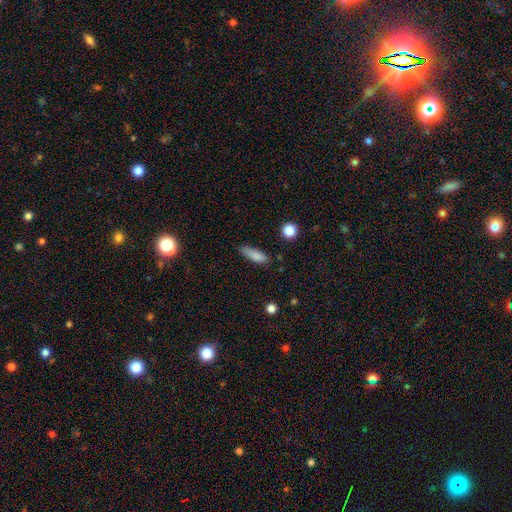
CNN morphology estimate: This appears to be a smooth galaxy with no disk features (82%) that is in between round and cigar-shaped (49%). Merging: none (68%).